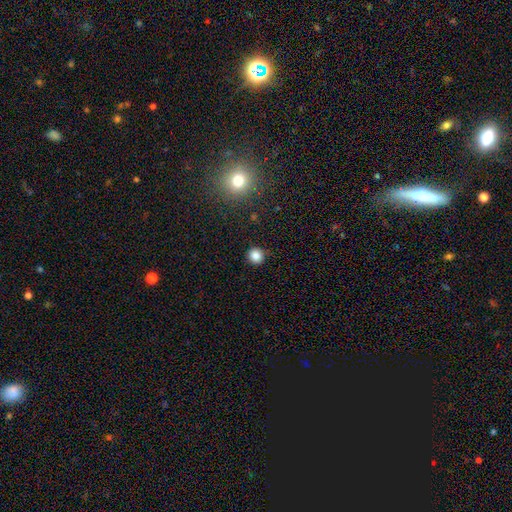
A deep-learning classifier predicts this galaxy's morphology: Overall: smooth (84%). How rounded: round (94%). Merging: none (89%).